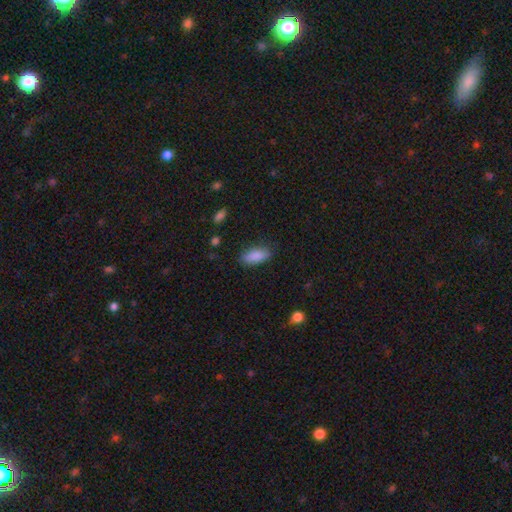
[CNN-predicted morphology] Q: Smooth or featured?
A: smooth (88%); runner-up: star or artifact (7%)
Q: How rounded?
A: in between (81%); runner-up: cigar-shaped (16%)
Q: Merging?
A: none (83%); runner-up: minor disturbance (12%)